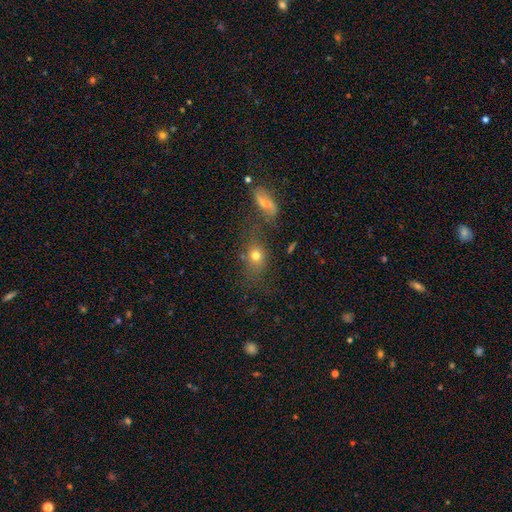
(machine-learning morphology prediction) This is likely a smooth galaxy (69%). How rounded: possibly in between (49%). Merging: possibly none (54%).